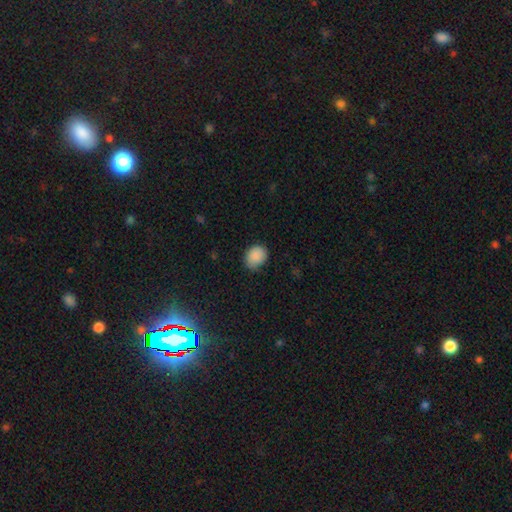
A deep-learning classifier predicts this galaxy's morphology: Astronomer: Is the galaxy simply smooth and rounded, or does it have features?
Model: smooth — 88%.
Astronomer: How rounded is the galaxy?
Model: round — 53% (runner-up: in between, 46%).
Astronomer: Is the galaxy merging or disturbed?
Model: none — 73%.